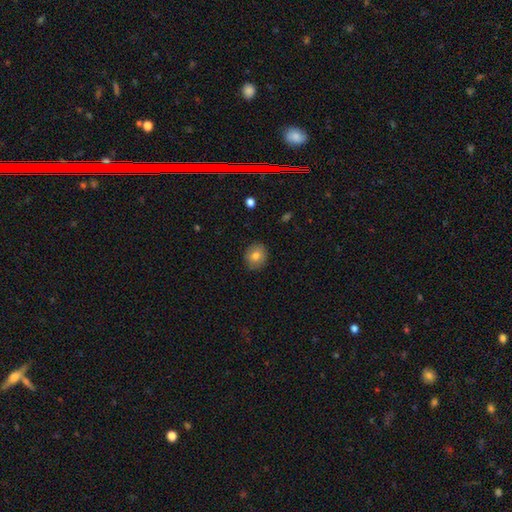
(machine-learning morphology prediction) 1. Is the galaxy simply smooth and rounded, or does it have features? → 78% smooth, 13% featured or disk, 9% star or artifact.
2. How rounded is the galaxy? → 84% round, 15% in between, 1% cigar-shaped.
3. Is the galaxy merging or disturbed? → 86% none, 10% minor disturbance, 2% major disturbance, 1% merger.